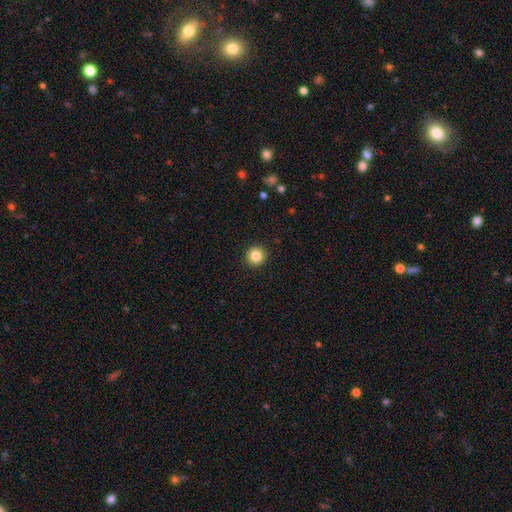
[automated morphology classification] smooth 86%, star or artifact 10%, featured or disk 5%. Down the decision tree: how rounded — round (95%); merging — none (93%).